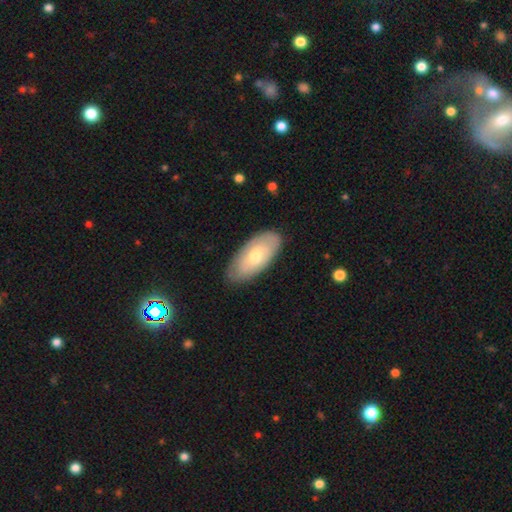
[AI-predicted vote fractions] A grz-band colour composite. It shows a smooth galaxy with no disk features (58%) that is in between round and cigar-shaped (92%). Merging: none (81%).